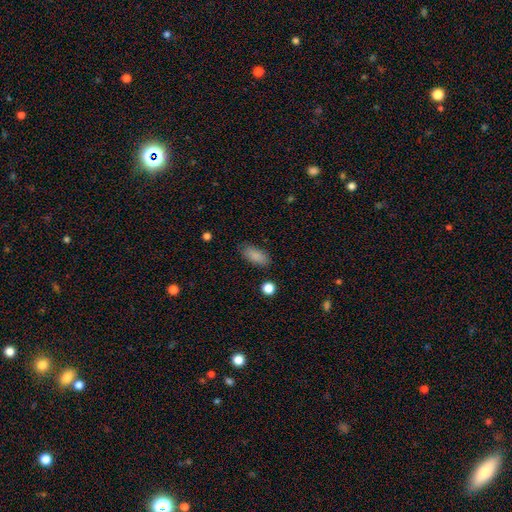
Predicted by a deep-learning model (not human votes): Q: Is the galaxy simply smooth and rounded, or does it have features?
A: smooth — 87%.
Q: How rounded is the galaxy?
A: in between — 85%.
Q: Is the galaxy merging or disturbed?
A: none — 83%.